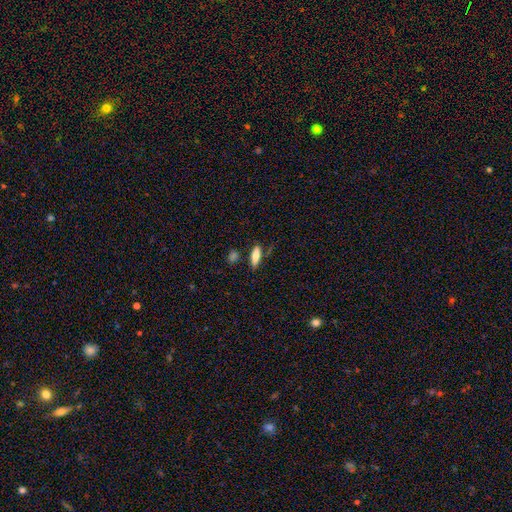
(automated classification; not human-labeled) A smooth galaxy with no disk features (73%) that is cigar-shaped (49%, tied with in between).

Vote fractions:
- Smooth or featured? smooth: 73% / featured or disk: 20% / star or artifact: 7%
- How rounded? cigar-shaped: 49% (tied) / in between: 49% (tied) / round: 3%
- Merging? none: 72% / minor disturbance: 17% / merger: 6% / major disturbance: 5%